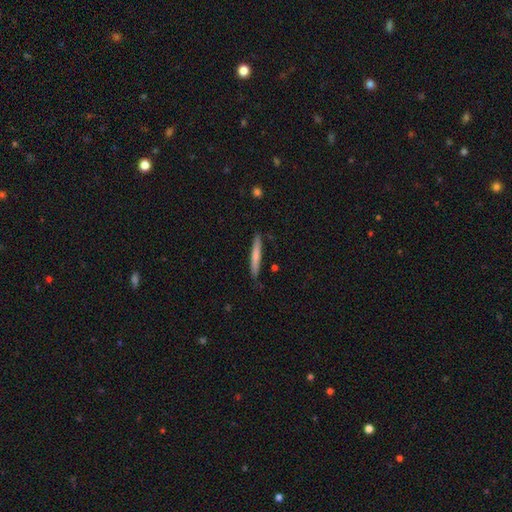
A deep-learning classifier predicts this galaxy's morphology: type=smooth (67%); roundness=cigar-shaped (95%); merging=none (85%).